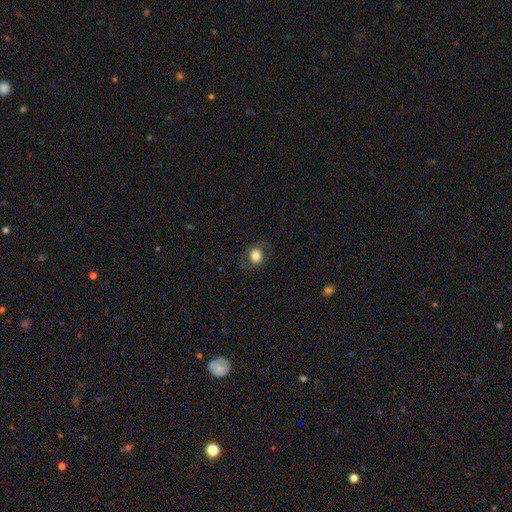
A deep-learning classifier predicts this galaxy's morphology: This is likely a smooth galaxy (71%). How rounded: possibly round (56%). Merging: likely none (74%).